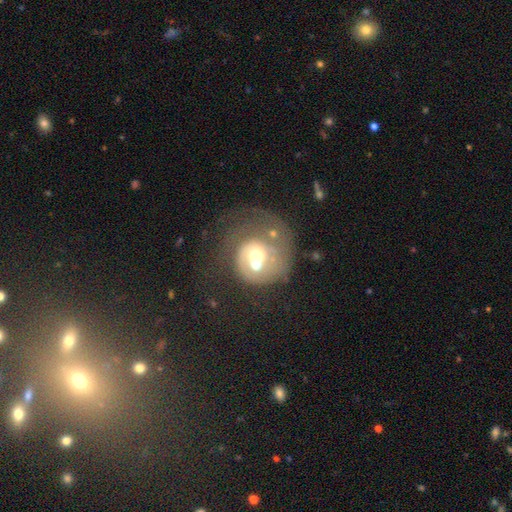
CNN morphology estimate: smooth-or-featured: featured or disk: 60% | smooth: 31% | star or artifact: 9%
  disk-edge-on: no: 98% | yes: 2%
    bar: no: 85% | weak: 12% | strong: 3%
    has-spiral-arms: no: 51% | yes: 49%
    bulge-size: moderate: 64% | small: 19% | large: 12% | none: 3% | dominant: 2%
  merging: merger: 33% | major disturbance: 31% | none: 24% | minor disturbance: 12%